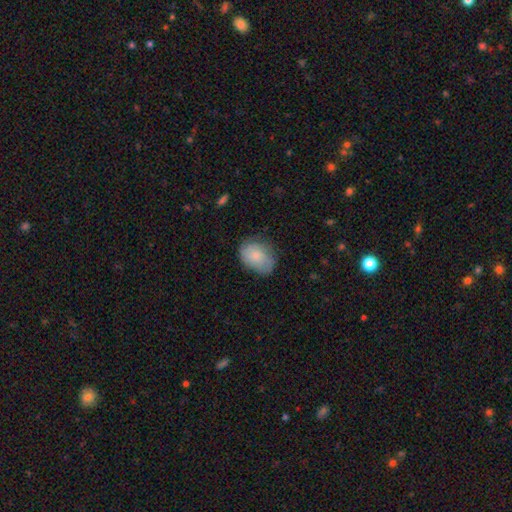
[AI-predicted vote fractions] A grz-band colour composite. It shows a smooth galaxy with no disk features (76%) that is in between round and cigar-shaped (67%). Merging: none (63%).